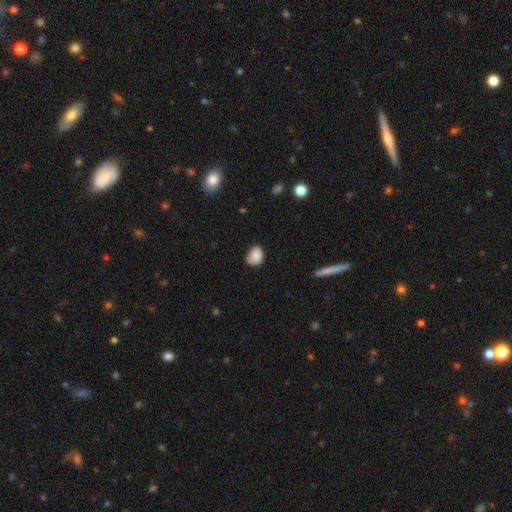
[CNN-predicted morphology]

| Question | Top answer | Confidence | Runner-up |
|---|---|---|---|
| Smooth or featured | smooth | 83% | featured or disk (9%) |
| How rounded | in between | 60% | round (39%) |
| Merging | none | 58% | minor disturbance (32%) |